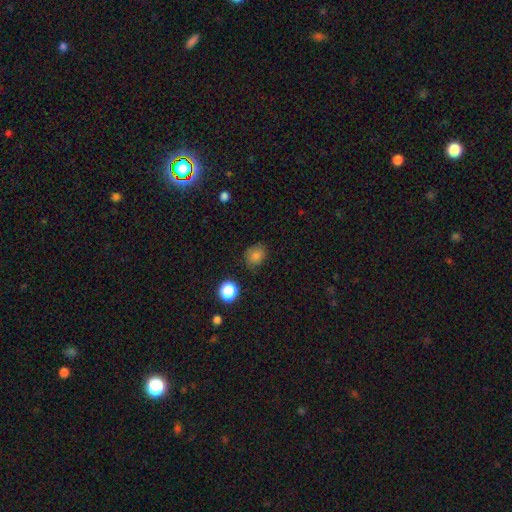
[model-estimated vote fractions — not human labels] A smooth galaxy with no disk features (78%) that is round (69%). Merging: none (82%).